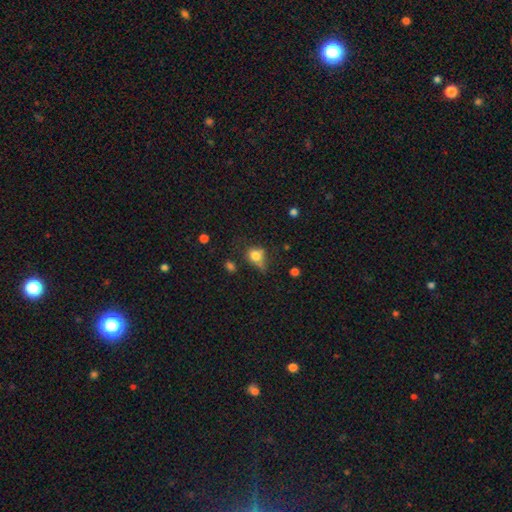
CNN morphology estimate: smooth-or-featured: smooth: 74% | featured or disk: 13% | star or artifact: 13%
  how-rounded: round: 59% | in between: 39% | cigar-shaped: 2%
  merging: none: 43% | minor disturbance: 31% | major disturbance: 17% | merger: 10%